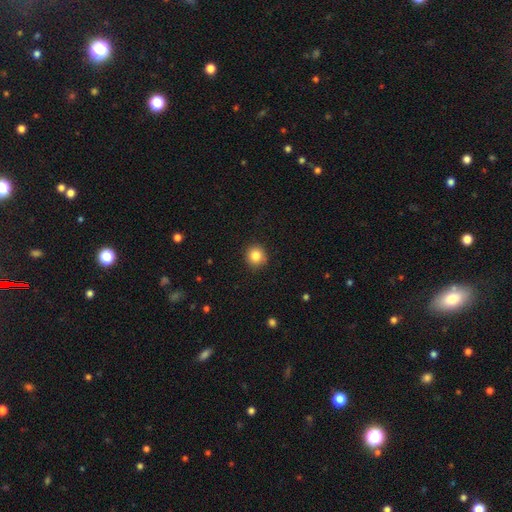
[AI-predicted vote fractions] smooth 84%, star or artifact 10%, featured or disk 6%. Down the decision tree: how rounded — round (92%); merging — none (90%).